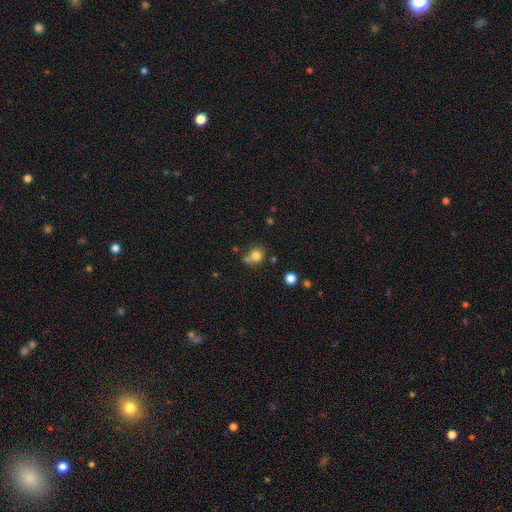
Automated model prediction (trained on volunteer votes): Smooth or featured?
  - smooth: 79% *
  - star or artifact: 12%
  - featured or disk: 8%
How rounded?
  - round: 79% *
  - in between: 20%
  - cigar-shaped: 1%
Merging?
  - none: 53% *
  - merger: 20%
  - minor disturbance: 19%
  - major disturbance: 8%